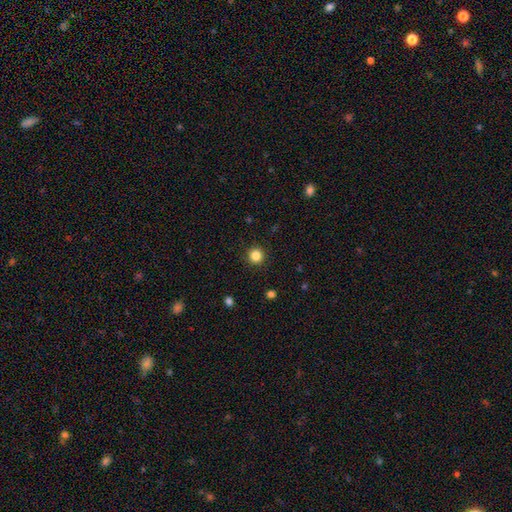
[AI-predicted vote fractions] Overall: smooth (85%). How rounded: round (95%). Merging: none (92%).